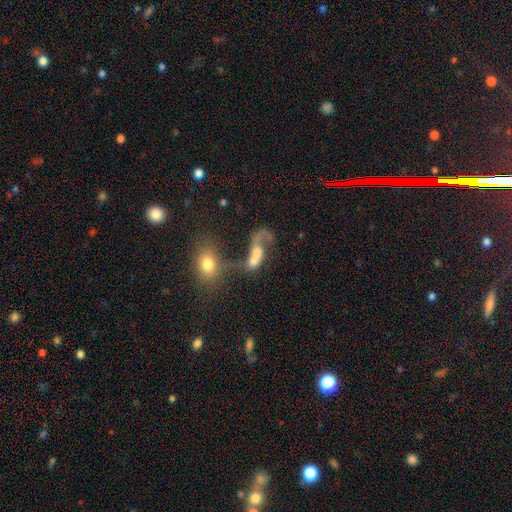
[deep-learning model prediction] Smooth or featured? featured or disk (50%)
Merging? merger (62%)